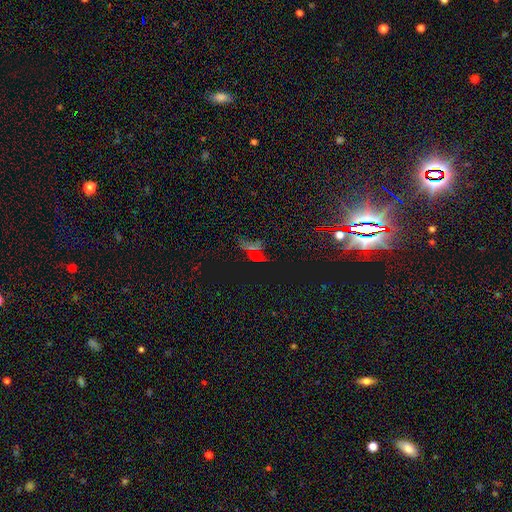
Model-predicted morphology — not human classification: A star or artifact, not a galaxy (60%).